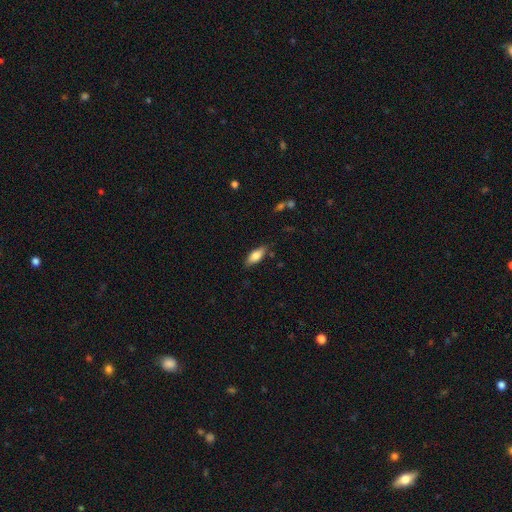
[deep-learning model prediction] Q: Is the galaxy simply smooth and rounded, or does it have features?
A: smooth — 77%.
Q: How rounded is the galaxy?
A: in between — 77%.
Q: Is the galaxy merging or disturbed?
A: none — 80%.